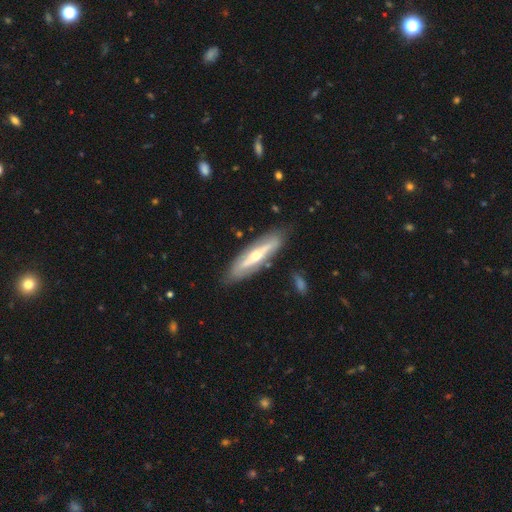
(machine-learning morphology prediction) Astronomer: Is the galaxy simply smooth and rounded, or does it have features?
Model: featured or disk — 70%.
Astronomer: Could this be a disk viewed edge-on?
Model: yes — 52% (runner-up: no, 48%).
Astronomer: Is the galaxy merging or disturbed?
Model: none — 82%.